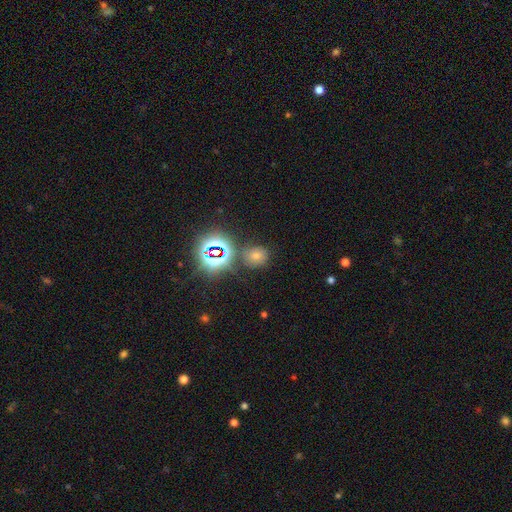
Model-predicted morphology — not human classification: Smooth or featured? Predicted: star or artifact (p=0.45).